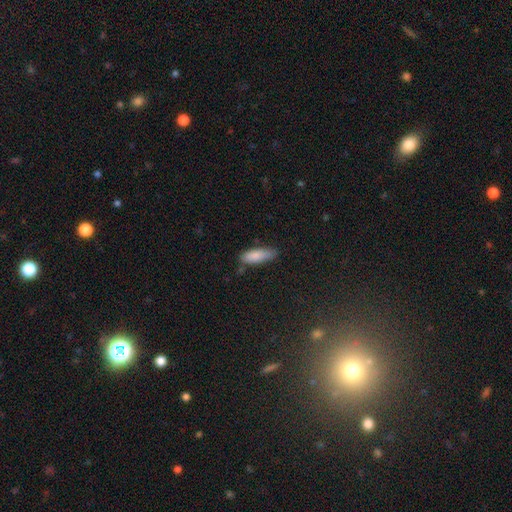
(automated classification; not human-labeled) Smooth or featured?
  - smooth: 85% *
  - featured or disk: 8%
  - star or artifact: 7%
How rounded?
  - in between: 55% *
  - cigar-shaped: 43%
  - round: 2%
Merging?
  - none: 70% *
  - minor disturbance: 23%
  - major disturbance: 4%
  - merger: 3%